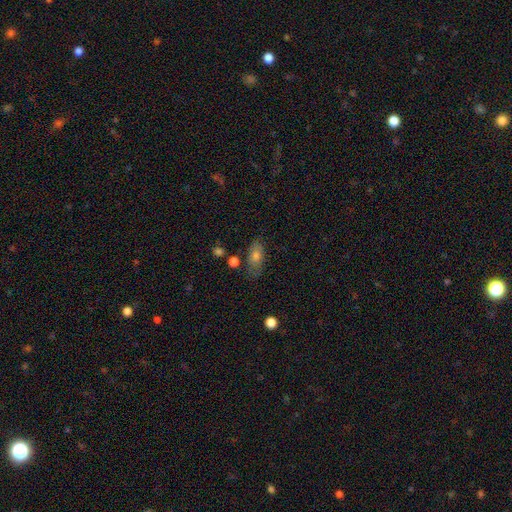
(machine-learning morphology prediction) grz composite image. It shows a smooth galaxy with no disk features (63%) that is in between round and cigar-shaped (83%). Merging: none (74%).